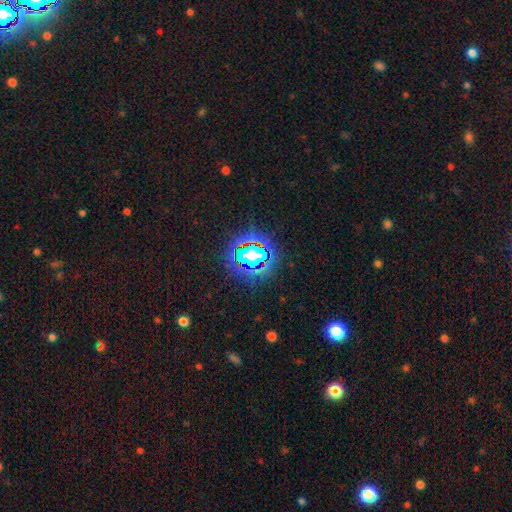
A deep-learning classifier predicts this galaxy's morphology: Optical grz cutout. It shows a star or artifact, not a galaxy (78%).